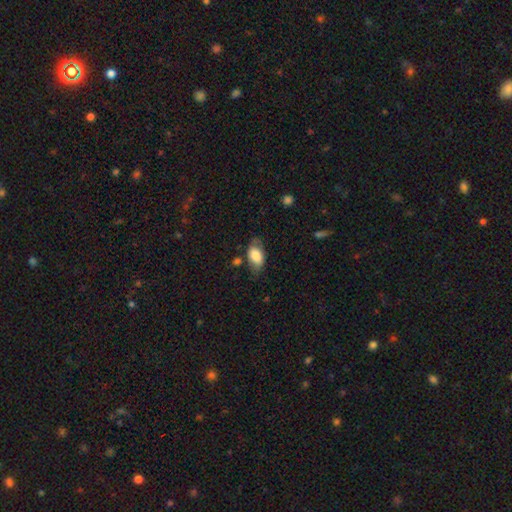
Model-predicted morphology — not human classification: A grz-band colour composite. It shows a smooth galaxy with no disk features (75%) that is in between round and cigar-shaped (92%). Merging: none (60%).